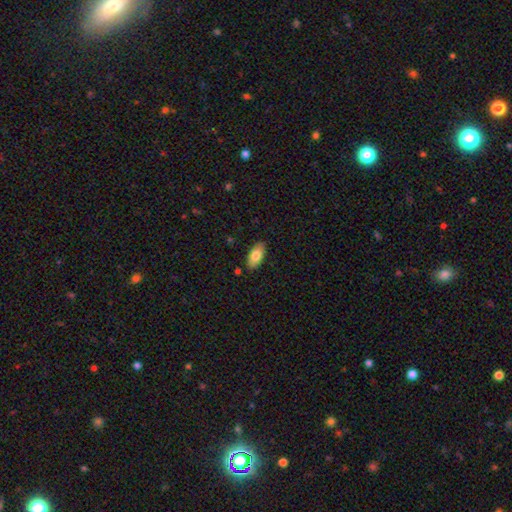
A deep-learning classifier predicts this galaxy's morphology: A smooth galaxy with no disk features (80%) that is in between round and cigar-shaped (91%). Merging: none (87%).